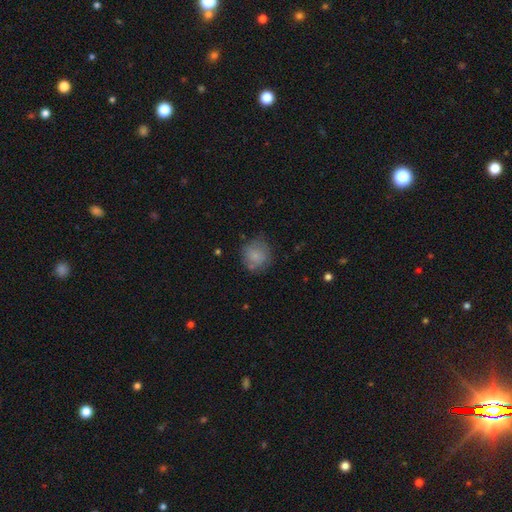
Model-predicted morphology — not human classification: smooth-or-featured: smooth: 78% | featured or disk: 15% | star or artifact: 8%
  how-rounded: round: 88% | in between: 11% | cigar-shaped: 1%
  merging: none: 70% | minor disturbance: 21% | major disturbance: 6% | merger: 3%